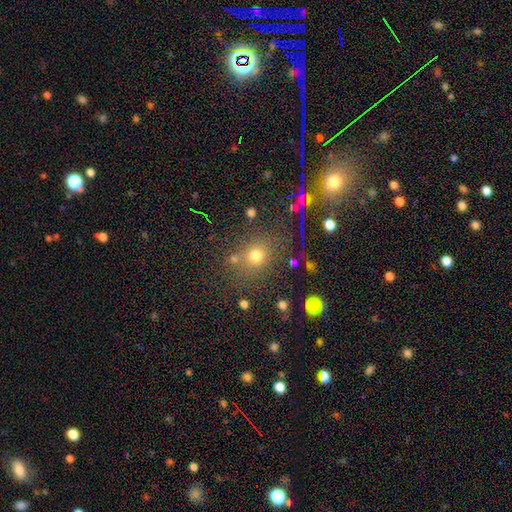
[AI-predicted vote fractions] The model was most divided on "smooth or featured": smooth: 68%, star or artifact: 22%, featured or disk: 10%. More confident: merging — none (75%); how rounded — round (74%).